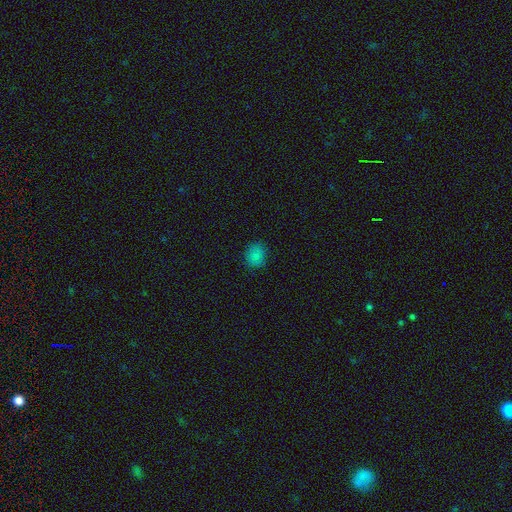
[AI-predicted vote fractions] A smooth galaxy with no disk features (82%) that is round (62%). Merging: none (84%).